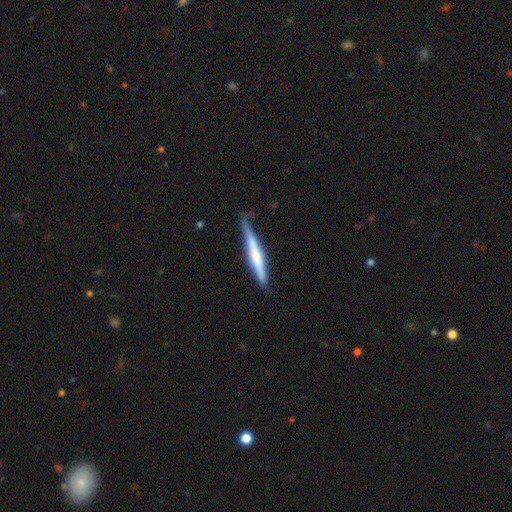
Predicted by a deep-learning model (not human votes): A featured or disk galaxy (52%) viewed edge-on (94%).

Vote fractions:
- Smooth or featured? featured or disk: 52% / smooth: 42% / star or artifact: 5%
- Edge-on disk? yes: 94% / no: 6%
- Merging? none: 65% / minor disturbance: 26% / major disturbance: 6% / merger: 3%